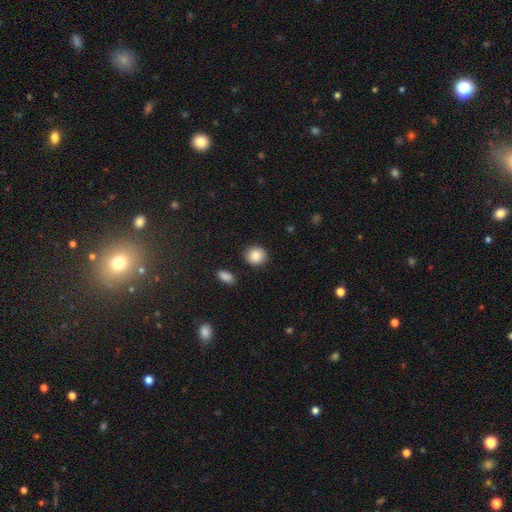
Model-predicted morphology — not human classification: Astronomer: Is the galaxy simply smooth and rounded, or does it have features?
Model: smooth — 87%.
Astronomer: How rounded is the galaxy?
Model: round — 84%.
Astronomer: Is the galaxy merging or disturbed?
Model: none — 87%.